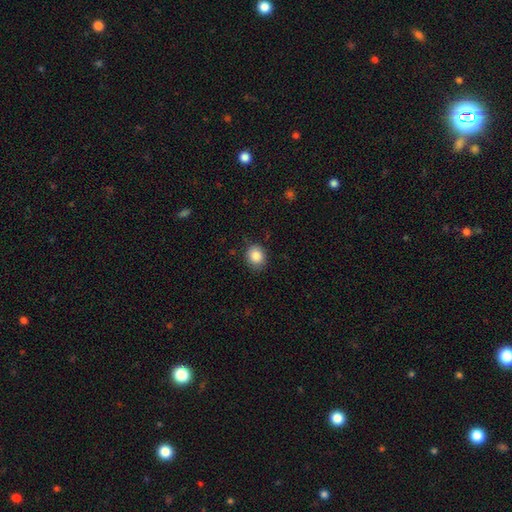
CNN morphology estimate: smooth-or-featured: smooth: 86% | star or artifact: 9% | featured or disk: 5%
  how-rounded: round: 69% | in between: 30% | cigar-shaped: 1%
  merging: none: 82% | minor disturbance: 14% | major disturbance: 3% | merger: 1%